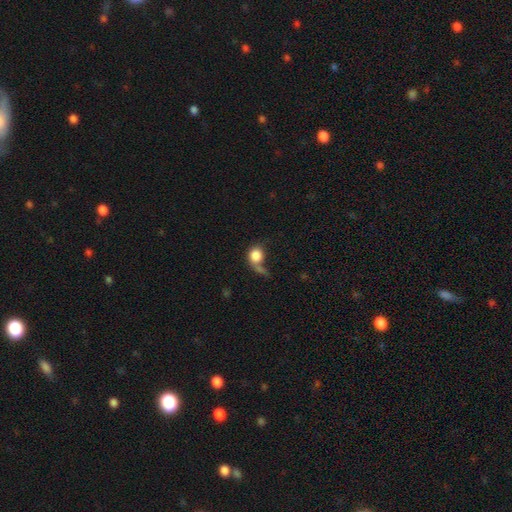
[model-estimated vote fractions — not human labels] smooth 82%, featured or disk 10%, star or artifact 8%. Down the decision tree: how rounded — round (72%); merging — none (30%).